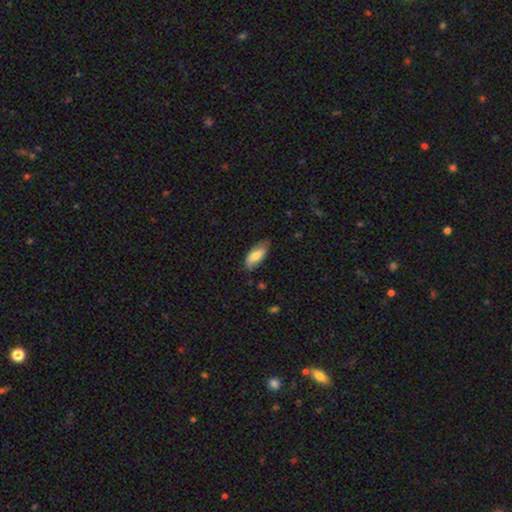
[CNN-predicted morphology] smooth_or_featured: smooth (p=0.75) [alt: featured or disk p=0.19]
how_rounded: in between (p=0.85) [alt: cigar-shaped p=0.13]
merging: none (p=0.73) [alt: minor disturbance p=0.22]